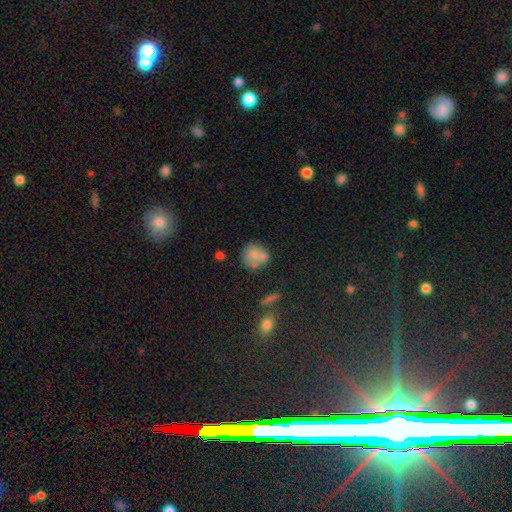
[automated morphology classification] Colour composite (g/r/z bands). It shows a smooth galaxy with no disk features (72%) that is round (85%). Merging: none (56%).